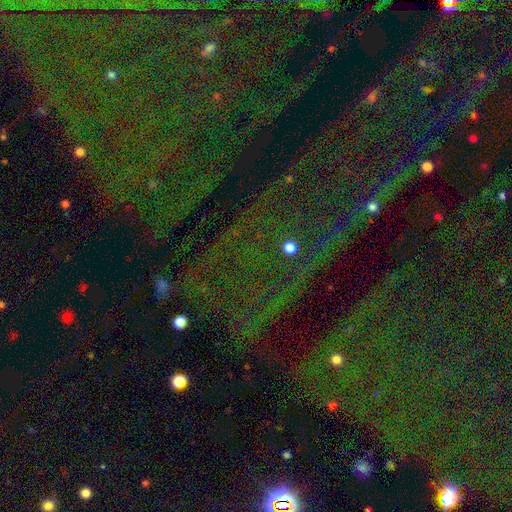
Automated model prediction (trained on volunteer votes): Overall: star or artifact (77%).